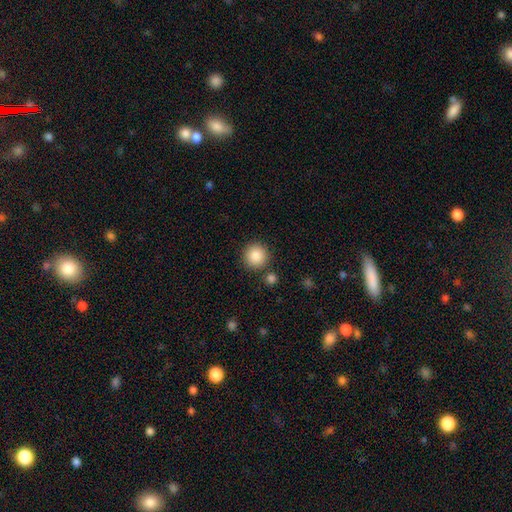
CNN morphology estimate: The model was most divided on "smooth or featured": smooth: 87%, star or artifact: 9%, featured or disk: 5%. More confident: how rounded — round (95%); merging — none (86%).